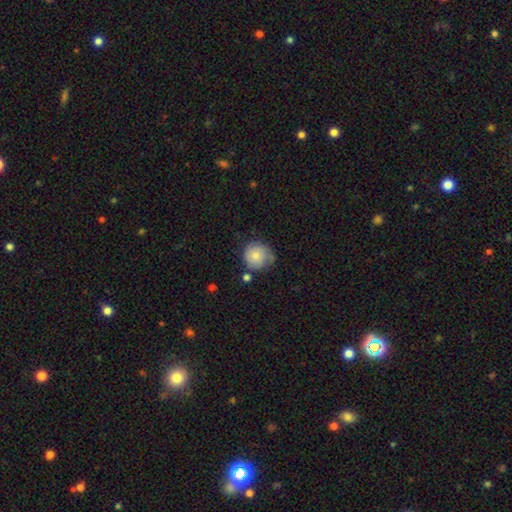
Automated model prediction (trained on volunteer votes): Morphology: type=smooth (73%); roundness=round (88%); merging=none (55%).